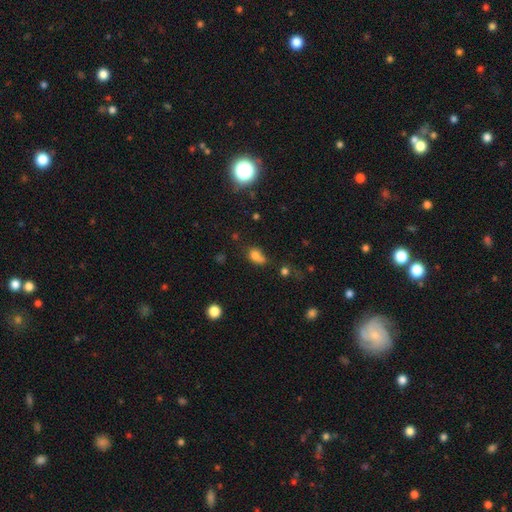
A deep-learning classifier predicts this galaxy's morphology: This is likely a smooth galaxy (75%). How rounded: likely in between (63%). Merging: marginally none (39%).